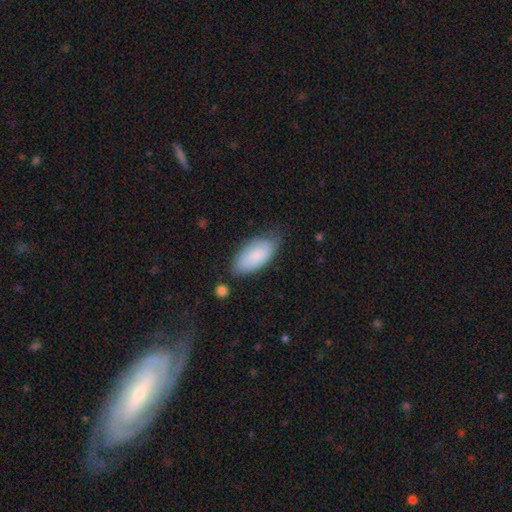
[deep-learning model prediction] smooth 84%, featured or disk 10%, star or artifact 6%. Down the decision tree: how rounded — in between (91%); merging — none (65%).